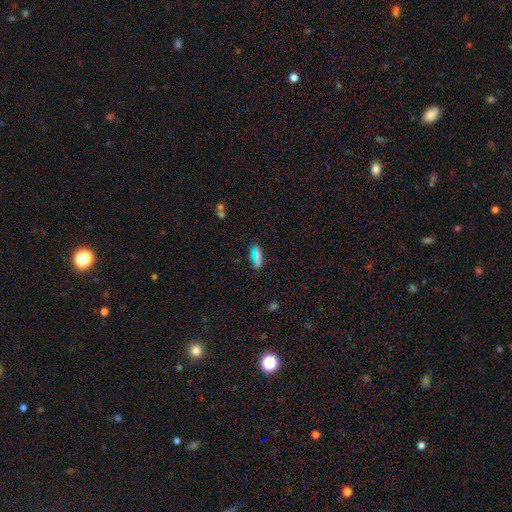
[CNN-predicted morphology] Smooth or featured: smooth — 63% (star or artifact — 24%)
How rounded: in between — 56% (cigar-shaped — 36%)
Merging: none — 77% (minor disturbance — 14%)